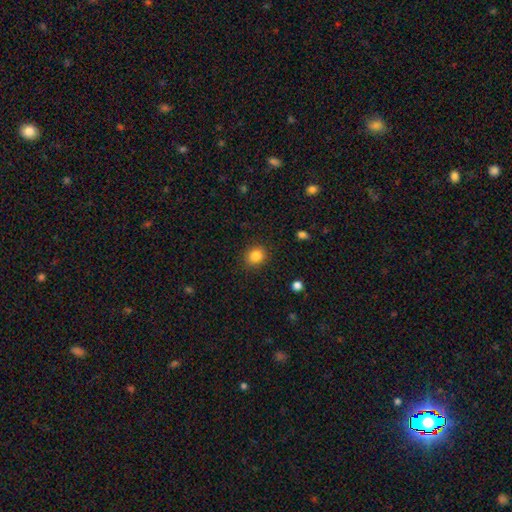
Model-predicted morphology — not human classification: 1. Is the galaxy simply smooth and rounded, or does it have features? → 84% smooth, 10% star or artifact, 6% featured or disk.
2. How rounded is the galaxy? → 69% round, 30% in between, 1% cigar-shaped.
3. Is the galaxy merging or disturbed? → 88% none, 9% minor disturbance, 3% major disturbance, 1% merger.